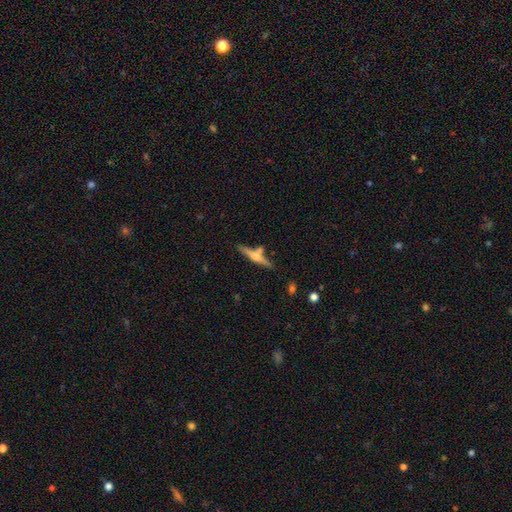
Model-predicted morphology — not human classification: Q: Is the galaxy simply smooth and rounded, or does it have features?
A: featured or disk — 62%.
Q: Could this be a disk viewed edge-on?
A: yes — 97%.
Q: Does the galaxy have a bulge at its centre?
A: rounded — 85%.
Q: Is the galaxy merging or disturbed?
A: none — 74%.